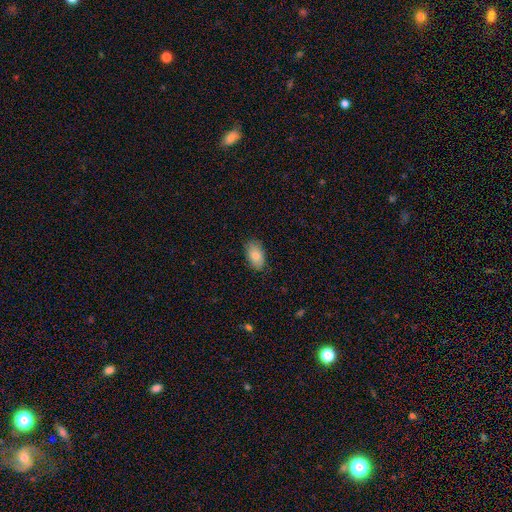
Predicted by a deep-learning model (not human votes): The model was most divided on "merging": none: 83%, minor disturbance: 14%, major disturbance: 3%, merger: 1%. More confident: how rounded — in between (93%); smooth or featured — smooth (82%).